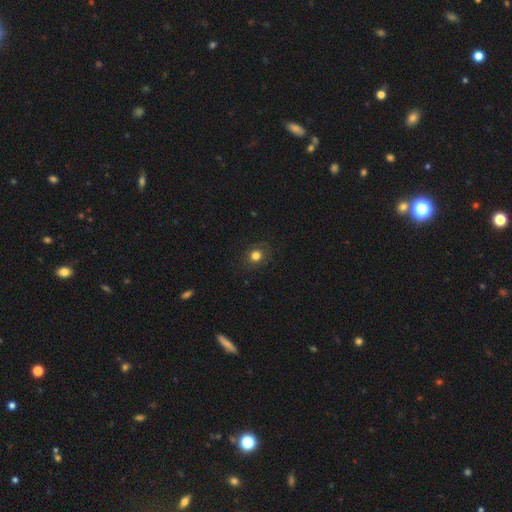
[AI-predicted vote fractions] The model was most divided on "how rounded": round: 79%, in between: 20%, cigar-shaped: 1%. More confident: merging — none (86%); smooth or featured — smooth (79%).